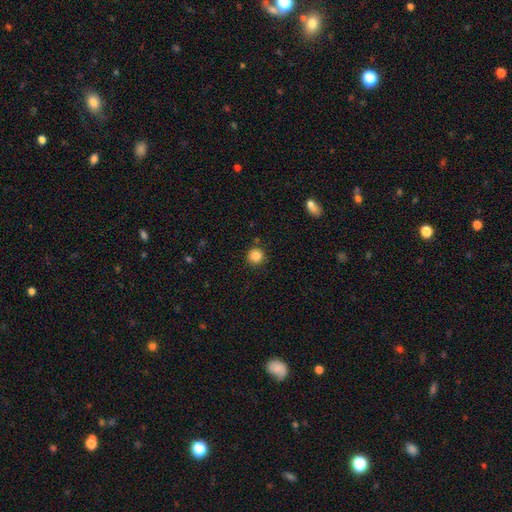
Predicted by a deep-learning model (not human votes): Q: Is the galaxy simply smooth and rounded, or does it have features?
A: smooth — 85%.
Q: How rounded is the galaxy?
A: round — 95%.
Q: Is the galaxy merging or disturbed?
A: none — 87%.